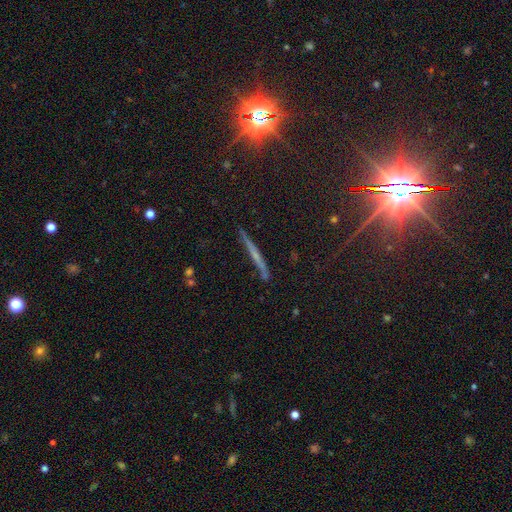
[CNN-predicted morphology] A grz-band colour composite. It shows a featured or disk galaxy (52%) viewed edge-on (96%) with no central bulge (60%). Merging: none (86%).